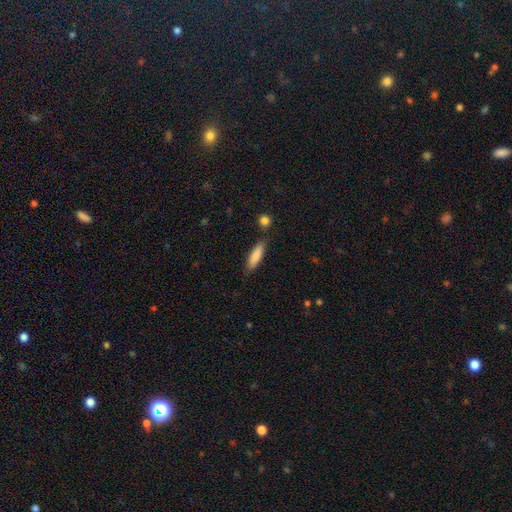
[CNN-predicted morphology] Smooth or featured: smooth — 84% (featured or disk — 10%)
How rounded: cigar-shaped — 59% (in between — 39%)
Merging: none — 80% (minor disturbance — 13%)